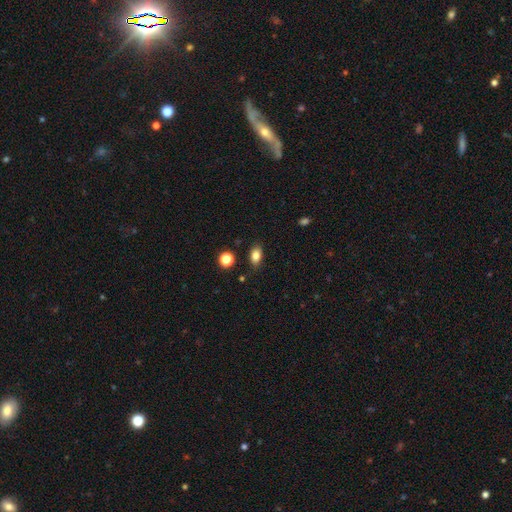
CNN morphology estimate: Overall: smooth (83%). How rounded: in between (83%). Merging: none (83%).